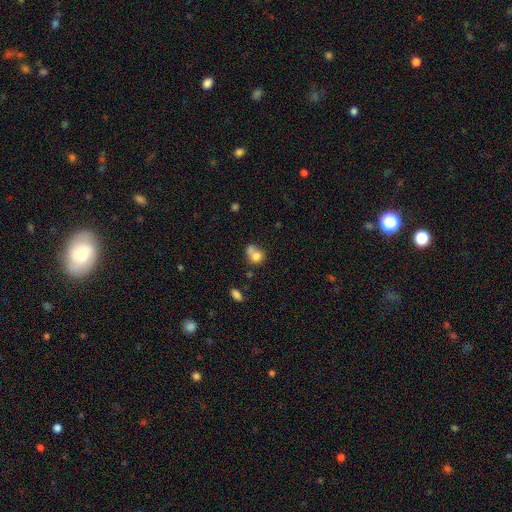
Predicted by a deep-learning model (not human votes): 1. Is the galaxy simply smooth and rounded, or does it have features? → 76% smooth, 14% featured or disk, 10% star or artifact.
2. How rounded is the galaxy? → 68% round, 31% in between, 1% cigar-shaped.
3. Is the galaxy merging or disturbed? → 48% merger, 31% none, 13% minor disturbance, 8% major disturbance.